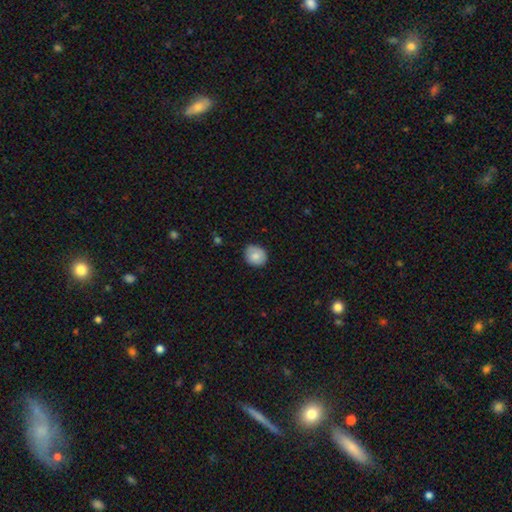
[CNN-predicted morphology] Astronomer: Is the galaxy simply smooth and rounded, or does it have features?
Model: smooth — 80%.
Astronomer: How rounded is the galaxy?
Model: round — 69%.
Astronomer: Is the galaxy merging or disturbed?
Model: none — 79%.